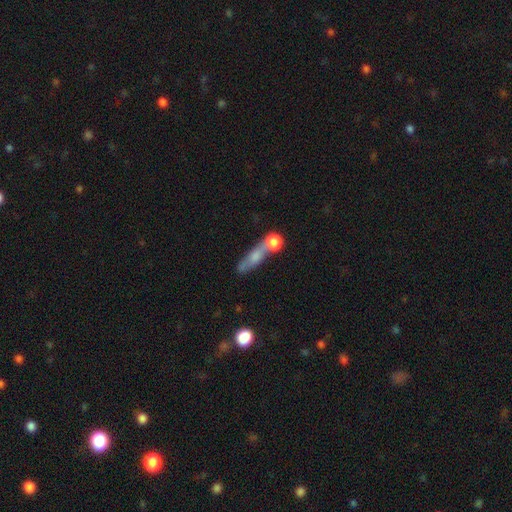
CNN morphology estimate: Smooth or featured?
  - smooth: 54% *
  - featured or disk: 35%
  - star or artifact: 11%
How rounded?
  - cigar-shaped: 53% *
  - in between: 30%
  - round: 17%
Merging?
  - none: 41% *
  - merger: 36%
  - minor disturbance: 14%
  - major disturbance: 10%